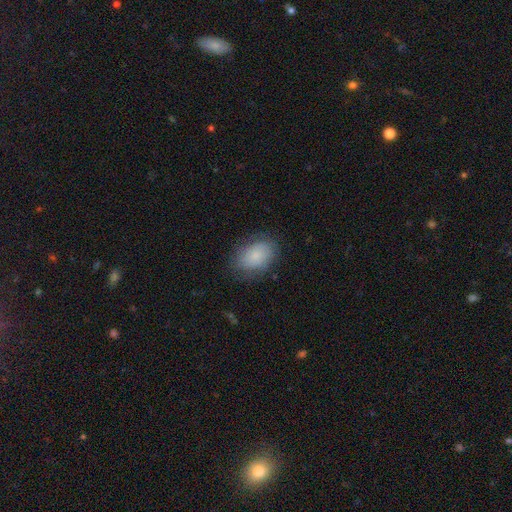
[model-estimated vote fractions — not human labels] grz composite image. It shows a smooth galaxy with no disk features (78%) that is in between round and cigar-shaped (82%). Merging: none (75%).